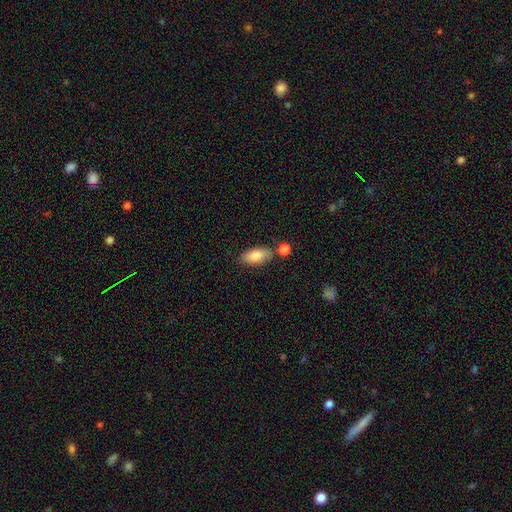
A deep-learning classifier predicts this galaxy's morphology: This appears to be a smooth galaxy with no disk features (81%) that is in between round and cigar-shaped (87%). Merging: none (72%).